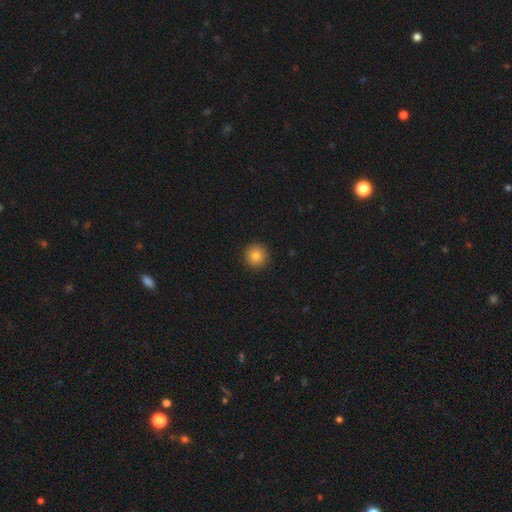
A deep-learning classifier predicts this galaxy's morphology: smooth 84%, star or artifact 10%, featured or disk 6%. Down the decision tree: how rounded — round (95%); merging — none (93%).